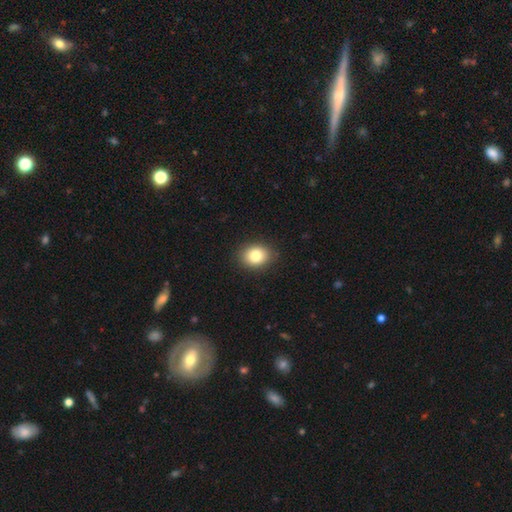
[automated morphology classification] Overall: smooth (82%). How rounded: in between (55%; round 44%). Merging: none (88%).